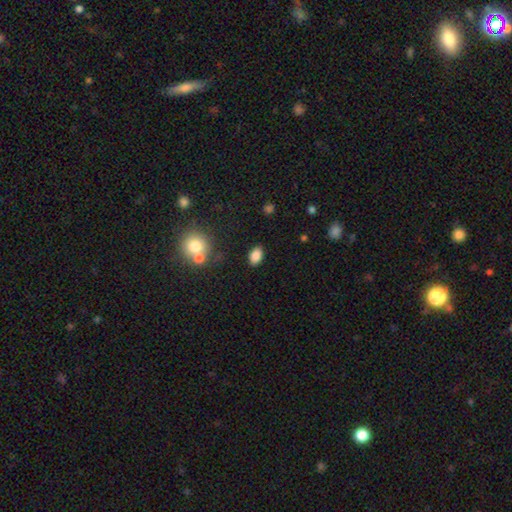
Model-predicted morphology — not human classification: smooth-or-featured: smooth: 86% | star or artifact: 9% | featured or disk: 6%
  how-rounded: in between: 89% | round: 10% | cigar-shaped: 2%
  merging: none: 85% | minor disturbance: 9% | merger: 3% | major disturbance: 3%